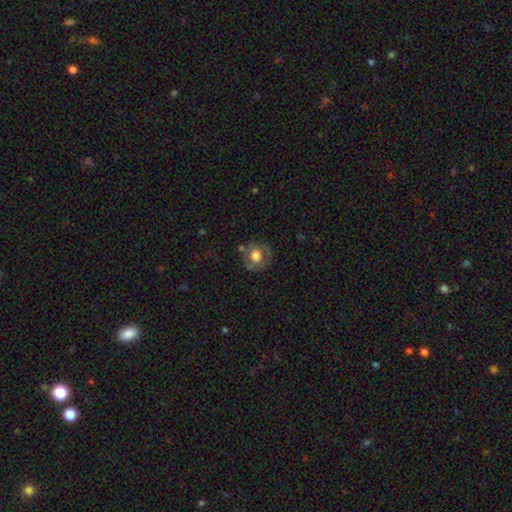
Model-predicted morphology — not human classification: smooth_or_featured: smooth (p=0.56) [alt: featured or disk p=0.36]
how_rounded: round (p=0.83) [alt: in between p=0.16]
merging: none (p=0.68) [alt: minor disturbance p=0.19]